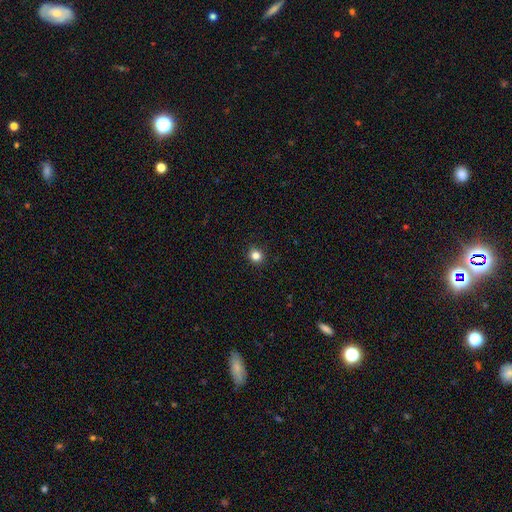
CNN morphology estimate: This appears to be a smooth galaxy with no disk features (83%) that is round (89%). Merging: none (92%).